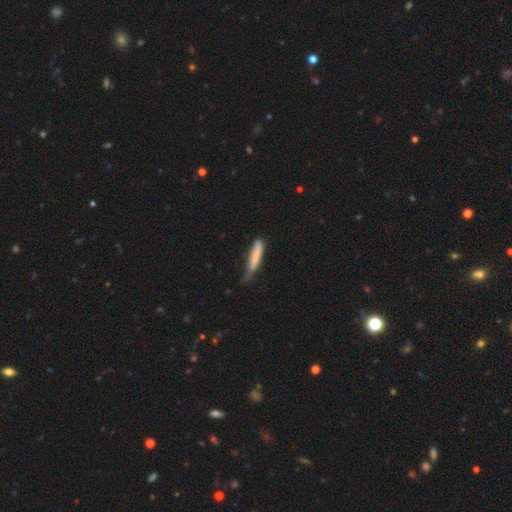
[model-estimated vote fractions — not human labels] This appears to be a smooth galaxy with no disk features (79%) that is cigar-shaped (89%). Merging: none (48%).